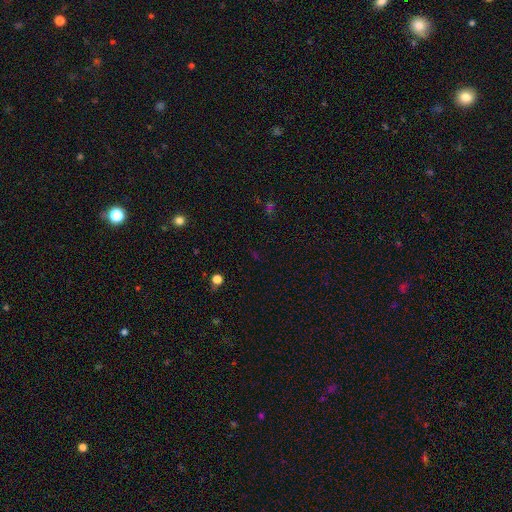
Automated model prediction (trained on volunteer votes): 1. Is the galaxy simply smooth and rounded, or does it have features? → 64% star or artifact, 28% smooth, 8% featured or disk.